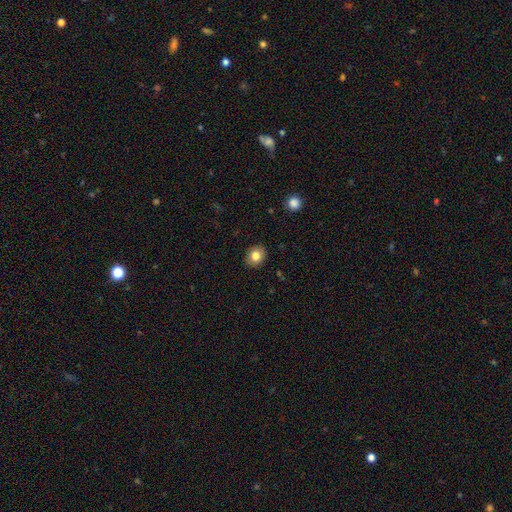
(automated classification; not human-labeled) Overall: smooth (81%). How rounded: round (67%; in between 32%). Merging: none (90%).